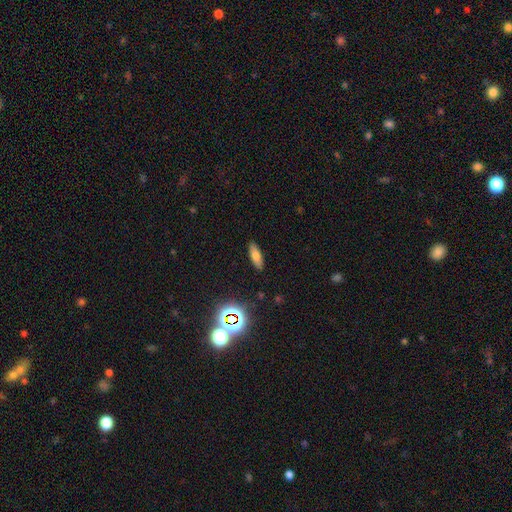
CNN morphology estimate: A smooth galaxy with no disk features (70%) that is in between round and cigar-shaped (59%).

Vote fractions:
- Smooth or featured? smooth: 70% / featured or disk: 16% / star or artifact: 14%
- How rounded? in between: 59% / cigar-shaped: 38% / round: 3%
- Merging? none: 88% / minor disturbance: 8% / major disturbance: 2% / merger: 1%